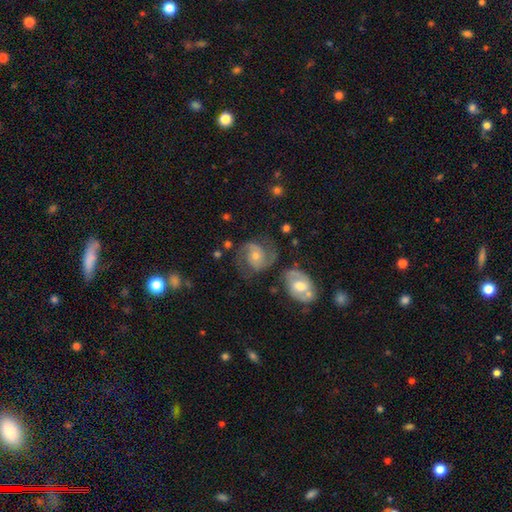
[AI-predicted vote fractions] Morphology: type=featured or disk (83%); edge-on=no (98%); bar=no (61%); spiral arms=yes (95%); winding=medium (55%); arm count=2 (88%); bulge=moderate (54%); merging=none (61%).